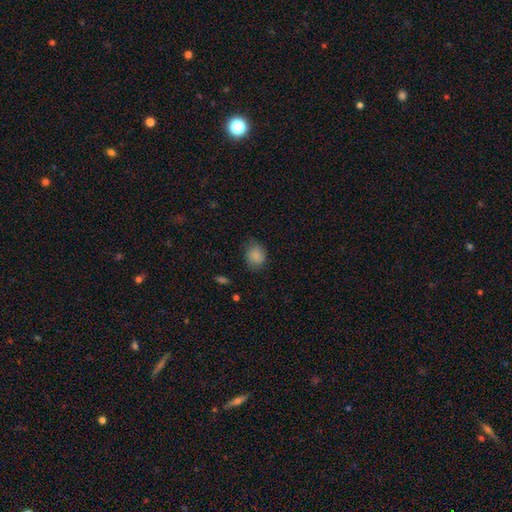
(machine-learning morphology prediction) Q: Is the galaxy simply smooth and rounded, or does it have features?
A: smooth — 85%.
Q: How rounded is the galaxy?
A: round — 62%.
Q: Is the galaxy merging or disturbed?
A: none — 71%.